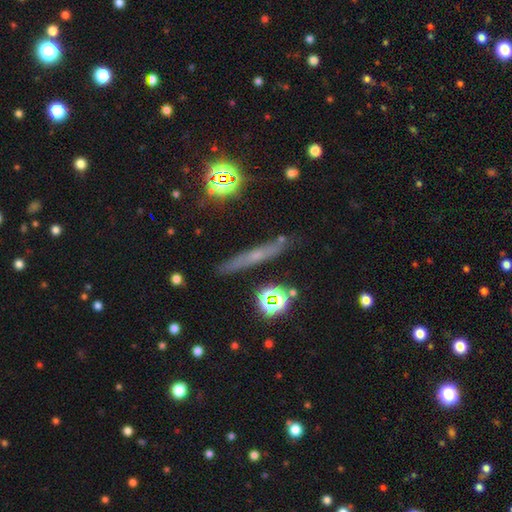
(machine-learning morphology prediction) The model was most divided on "smooth or featured": featured or disk: 42%, smooth: 38%, star or artifact: 20%. More confident: merging — none (82%).